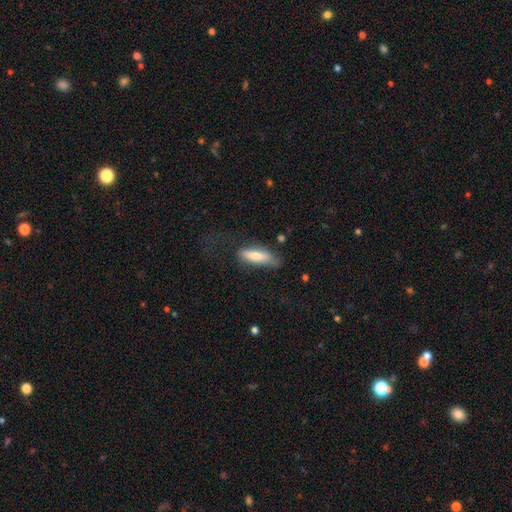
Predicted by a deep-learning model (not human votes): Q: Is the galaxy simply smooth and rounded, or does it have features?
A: smooth — 75%.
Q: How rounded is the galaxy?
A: cigar-shaped — 52%.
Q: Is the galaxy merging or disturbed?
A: none — 54%.